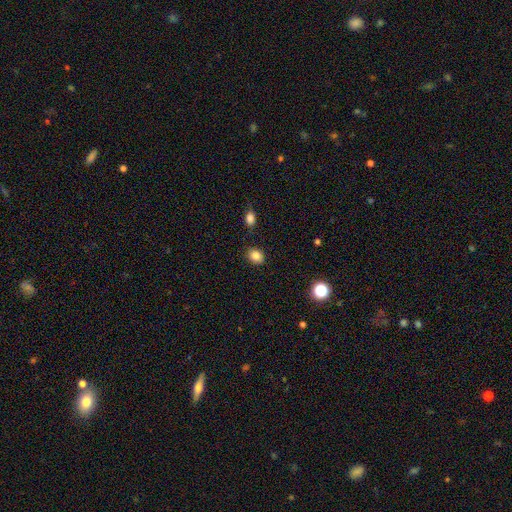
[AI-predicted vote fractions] smooth-or-featured: smooth: 85% | star or artifact: 10% | featured or disk: 4%
  how-rounded: in between: 56% | round: 43% | cigar-shaped: 1%
  merging: none: 86% | minor disturbance: 10% | major disturbance: 3% | merger: 2%